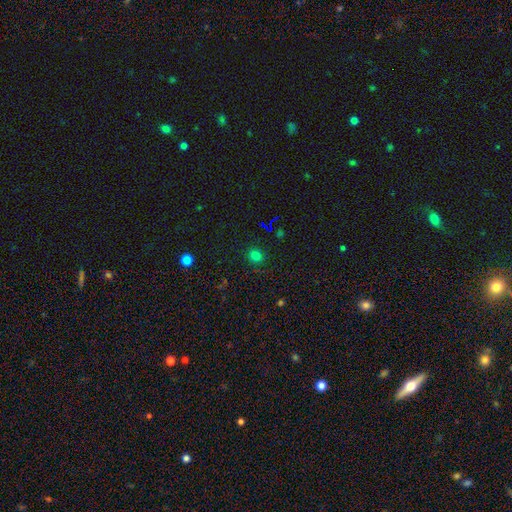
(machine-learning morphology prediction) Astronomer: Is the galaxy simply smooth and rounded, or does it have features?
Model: smooth — 74%.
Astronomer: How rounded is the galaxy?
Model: round — 80%.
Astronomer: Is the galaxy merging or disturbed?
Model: none — 87%.